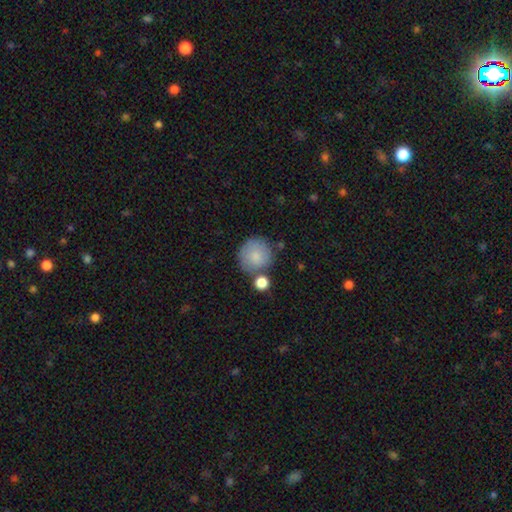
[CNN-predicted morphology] This appears to be a smooth galaxy with no disk features (82%) that is round (92%). Merging: none (66%).